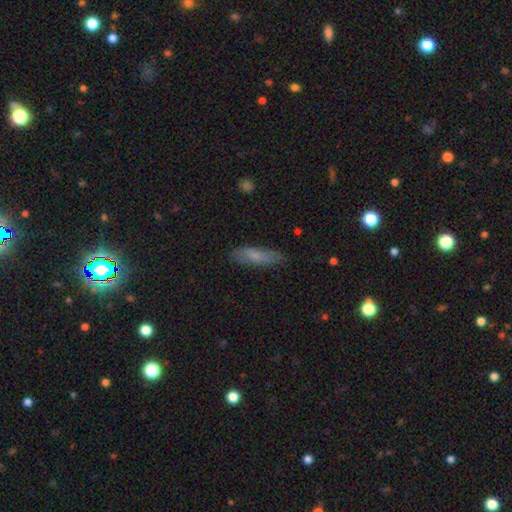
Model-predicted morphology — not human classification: This is likely a smooth galaxy (71%). How rounded: likely cigar-shaped (62%). Merging: likely none (79%).